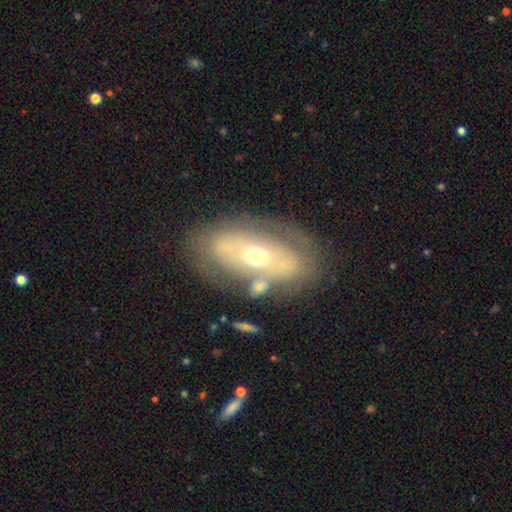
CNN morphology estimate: type=featured or disk (58%); edge-on=no (87%); bar=no (68%); spiral arms=no (65%); bulge=moderate (67%); merging=none (64%).